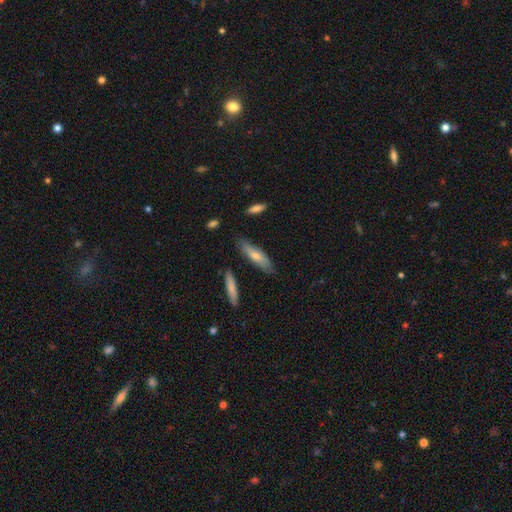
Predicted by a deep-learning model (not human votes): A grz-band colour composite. It shows a smooth galaxy with no disk features (63%) that is cigar-shaped (63%). Merging: none (80%).